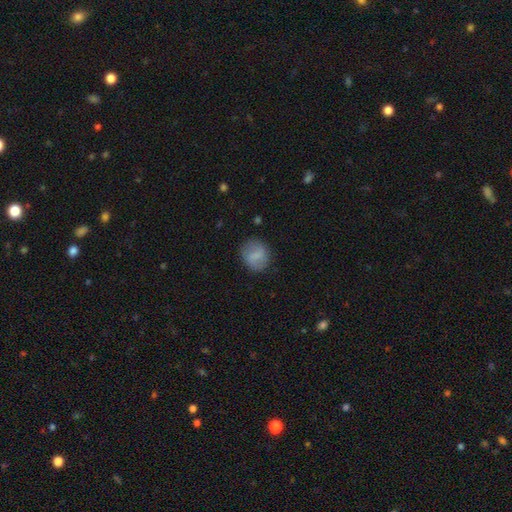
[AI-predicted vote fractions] smooth_or_featured: smooth (p=0.73) [alt: featured or disk p=0.19]
how_rounded: round (p=0.67) [alt: in between p=0.32]
merging: none (p=0.80) [alt: minor disturbance p=0.14]